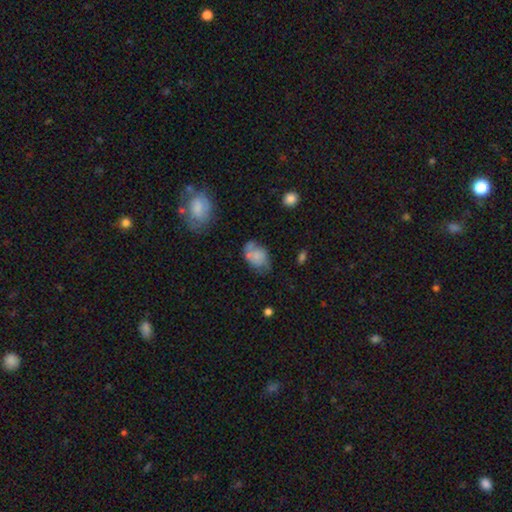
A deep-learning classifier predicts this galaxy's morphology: smooth_or_featured: smooth (p=0.58) [alt: featured or disk p=0.33]
how_rounded: in between (p=0.77) [alt: round p=0.21]
merging: none (p=0.42) [alt: minor disturbance p=0.29]